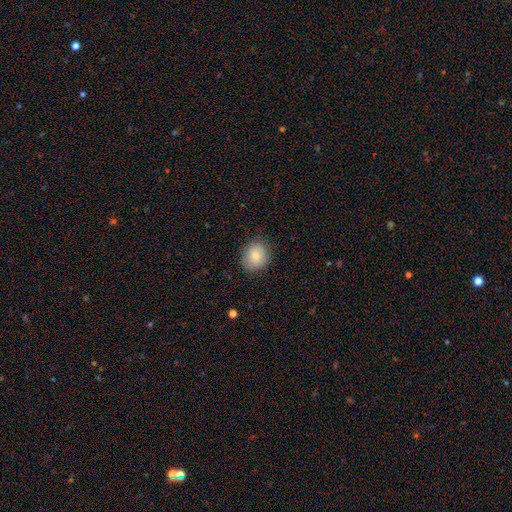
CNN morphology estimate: type=smooth (79%); roundness=round (67%); merging=none (84%).